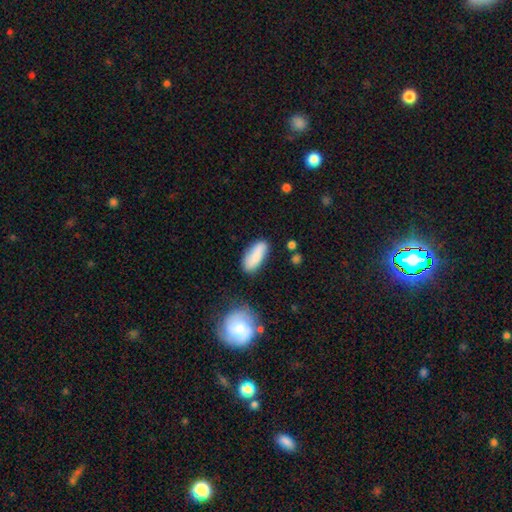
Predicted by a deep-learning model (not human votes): Smooth or featured?
  - smooth: 83% *
  - featured or disk: 11%
  - star or artifact: 7%
How rounded?
  - in between: 79% *
  - cigar-shaped: 19%
  - round: 2%
Merging?
  - none: 77% *
  - minor disturbance: 16%
  - merger: 4%
  - major disturbance: 4%